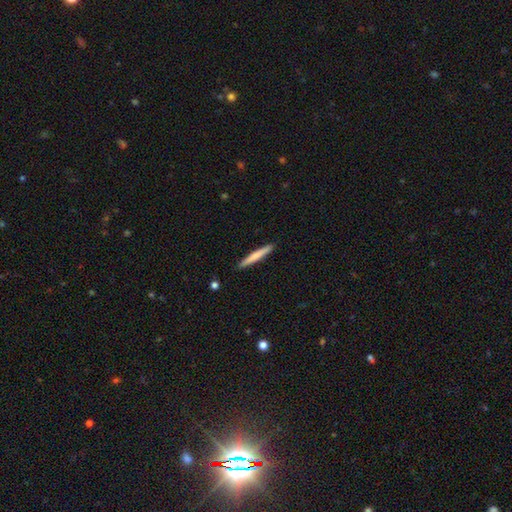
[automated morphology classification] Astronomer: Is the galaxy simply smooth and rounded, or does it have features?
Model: smooth — 66%.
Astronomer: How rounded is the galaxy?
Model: cigar-shaped — 96%.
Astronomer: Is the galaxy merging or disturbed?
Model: none — 91%.